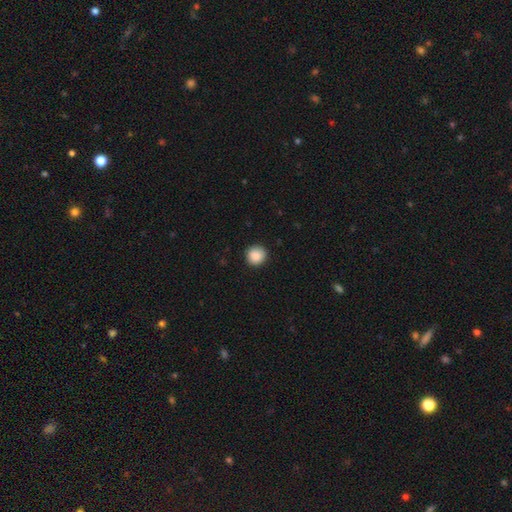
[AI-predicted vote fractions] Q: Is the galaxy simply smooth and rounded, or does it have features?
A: smooth — 89%.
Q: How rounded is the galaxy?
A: round — 93%.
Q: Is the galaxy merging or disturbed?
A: none — 91%.